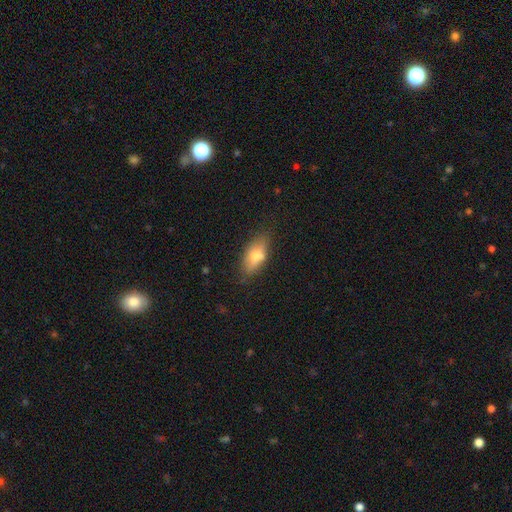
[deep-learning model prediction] Morphology: type=smooth (61%); roundness=in between (79%); merging=none (71%).